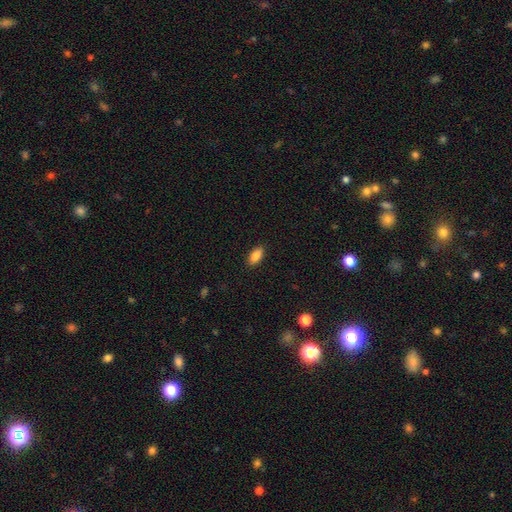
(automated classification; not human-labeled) Smooth or featured?
  - smooth: 88% *
  - star or artifact: 7%
  - featured or disk: 5%
How rounded?
  - in between: 91% *
  - cigar-shaped: 6%
  - round: 3%
Merging?
  - none: 89% *
  - minor disturbance: 8%
  - major disturbance: 2%
  - merger: 1%